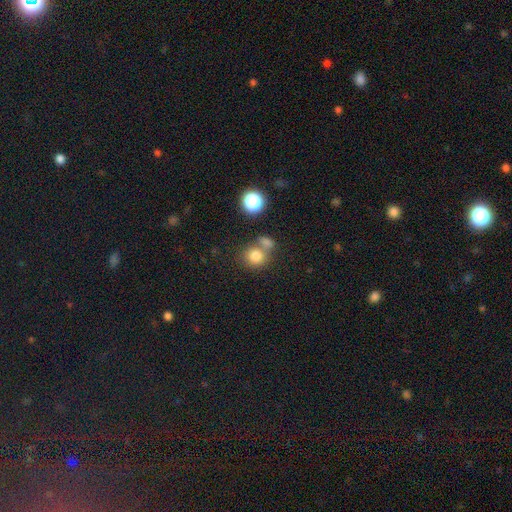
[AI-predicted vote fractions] Smooth or featured?
  - smooth: 79% *
  - star or artifact: 13%
  - featured or disk: 9%
How rounded?
  - round: 81% *
  - in between: 18%
  - cigar-shaped: 1%
Merging?
  - none: 52% *
  - merger: 34%
  - minor disturbance: 10%
  - major disturbance: 5%